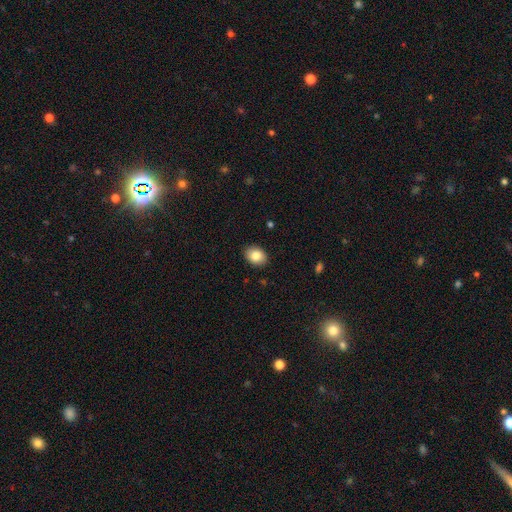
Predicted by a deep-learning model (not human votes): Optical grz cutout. It shows a smooth galaxy with no disk features (84%) that is in between round and cigar-shaped (64%). Merging: none (89%).